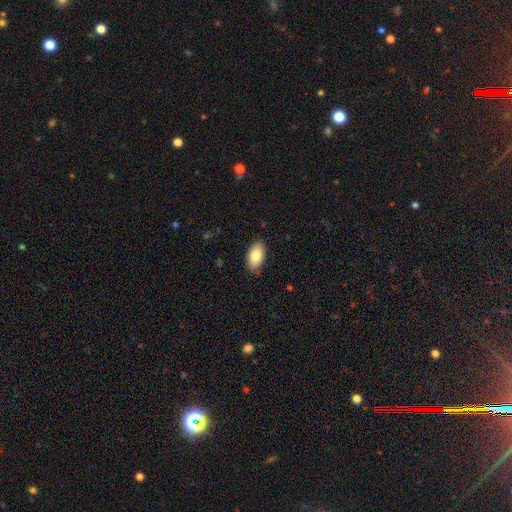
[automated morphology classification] The model was most divided on "merging": none: 86%, minor disturbance: 11%, major disturbance: 2%, merger: 1%. More confident: how rounded — in between (95%); smooth or featured — smooth (85%).